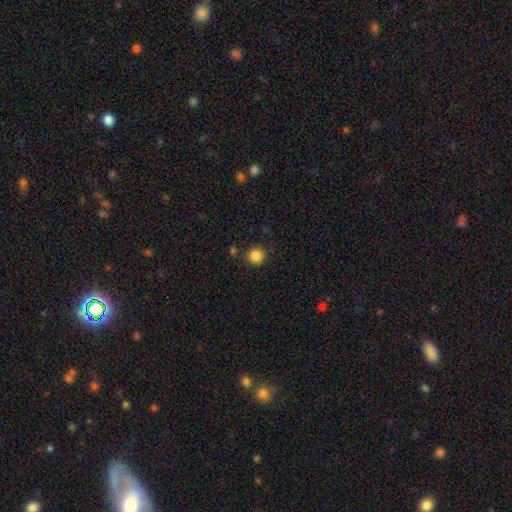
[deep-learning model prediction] smooth 85%, star or artifact 11%, featured or disk 4%. Down the decision tree: how rounded — round (93%); merging — none (86%).